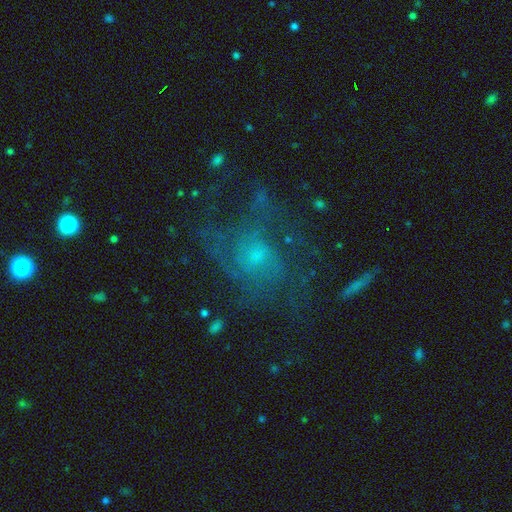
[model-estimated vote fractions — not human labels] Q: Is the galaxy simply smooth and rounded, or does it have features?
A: featured or disk — 65%.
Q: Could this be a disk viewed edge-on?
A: no — 97%.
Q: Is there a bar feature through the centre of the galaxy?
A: no — 72%.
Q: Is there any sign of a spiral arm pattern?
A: yes — 77%.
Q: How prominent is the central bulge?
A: small — 60%.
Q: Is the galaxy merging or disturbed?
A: none — 52%.